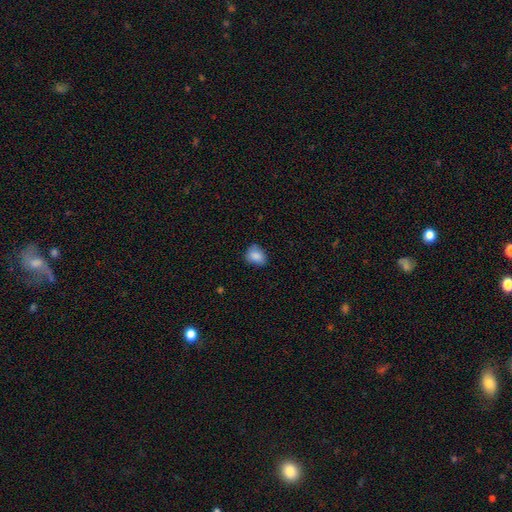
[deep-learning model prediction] Smooth or featured: smooth — 85% (star or artifact — 9%)
How rounded: in between — 52% (round — 47%)
Merging: none — 69% (minor disturbance — 25%)